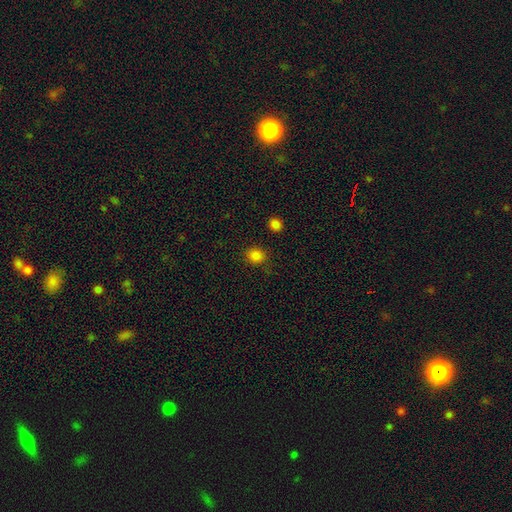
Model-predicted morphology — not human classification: This appears to be a smooth galaxy with no disk features (84%) that is round (79%). Merging: none (85%).